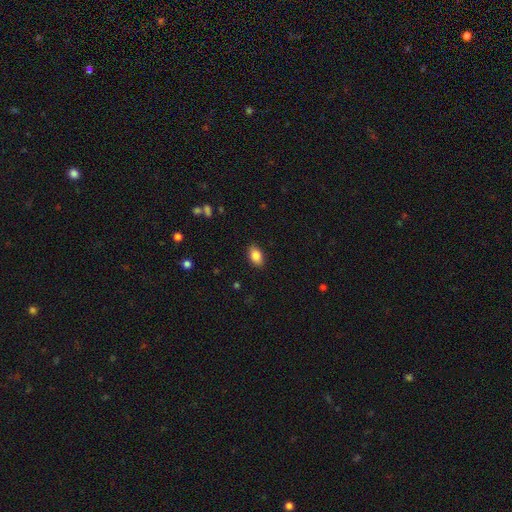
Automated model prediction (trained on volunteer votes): Overall: smooth (86%). How rounded: in between (87%). Merging: none (87%).